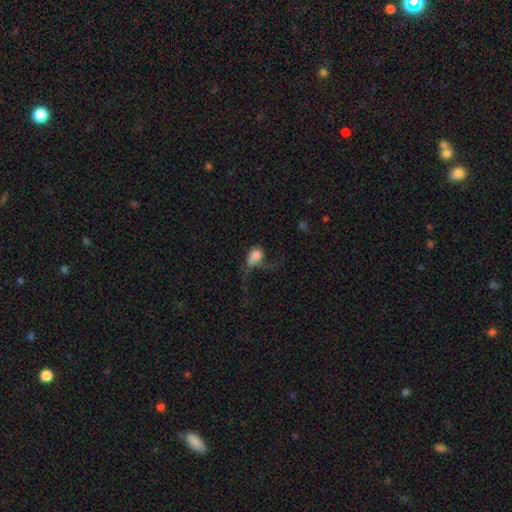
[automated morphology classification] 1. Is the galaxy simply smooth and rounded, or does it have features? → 59% smooth, 30% featured or disk, 10% star or artifact.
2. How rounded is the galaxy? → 53% in between, 45% round, 2% cigar-shaped.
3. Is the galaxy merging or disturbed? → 58% major disturbance, 19% none, 14% minor disturbance, 9% merger.